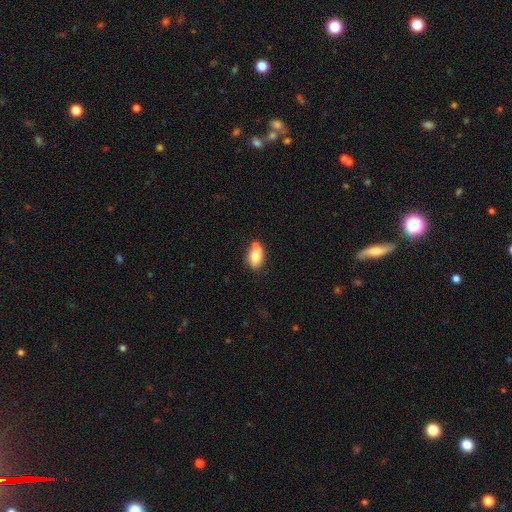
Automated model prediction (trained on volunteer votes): This is likely a smooth galaxy (77%). How rounded: clearly in between (88%). Merging: possibly none (51%).